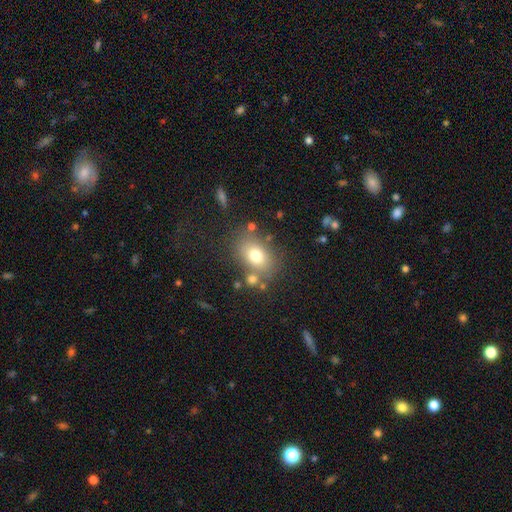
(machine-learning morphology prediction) Smooth or featured? smooth (74%)
How rounded? in between (74%)
Merging? none (71%)